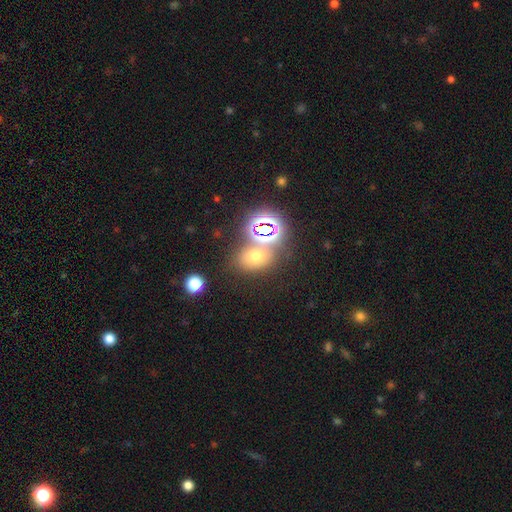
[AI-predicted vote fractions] smooth-or-featured: smooth: 55% | star or artifact: 34% | featured or disk: 11%
  how-rounded: in between: 54% | round: 45% | cigar-shaped: 1%
  merging: none: 62% | merger: 21% | minor disturbance: 11% | major disturbance: 5%